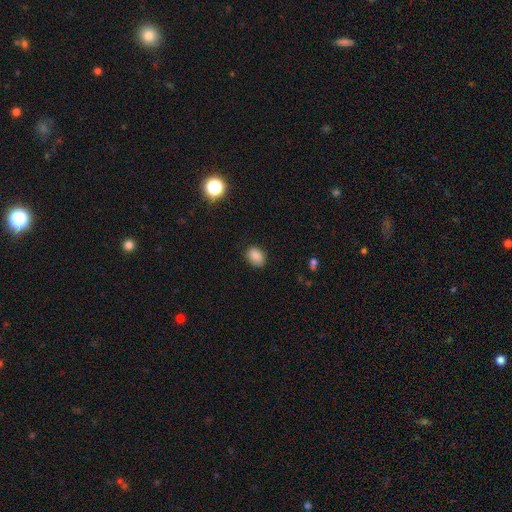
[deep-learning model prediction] A smooth galaxy with no disk features (86%) that is in between round and cigar-shaped (71%).

Vote fractions:
- Smooth or featured? smooth: 86% / star or artifact: 9% / featured or disk: 4%
- How rounded? in between: 71% / round: 28% / cigar-shaped: 1%
- Merging? none: 83% / minor disturbance: 13% / major disturbance: 3% / merger: 1%